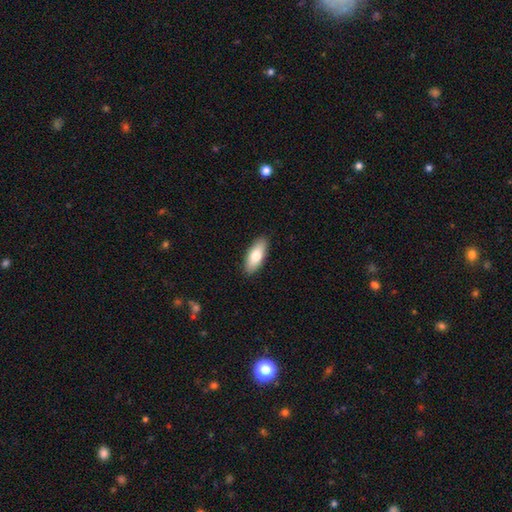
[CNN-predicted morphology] Q: Smooth or featured?
A: smooth (77%); runner-up: featured or disk (18%)
Q: How rounded?
A: in between (78%); runner-up: cigar-shaped (20%)
Q: Merging?
A: none (90%); runner-up: minor disturbance (7%)